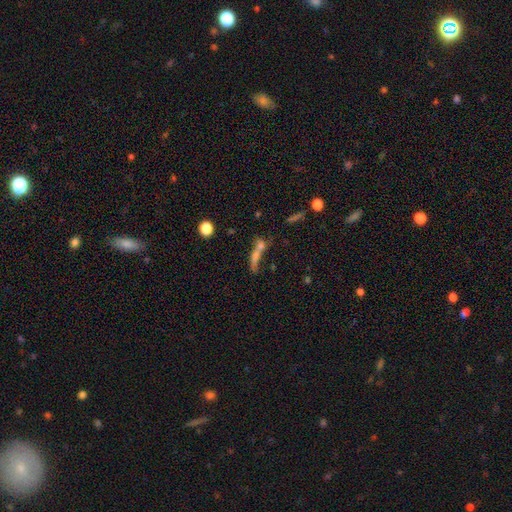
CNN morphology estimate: The model was most divided on "merging": merger: 45%, none: 31%, major disturbance: 13%, minor disturbance: 10%. More confident: how rounded — cigar-shaped (61%); smooth or featured — smooth (52%).